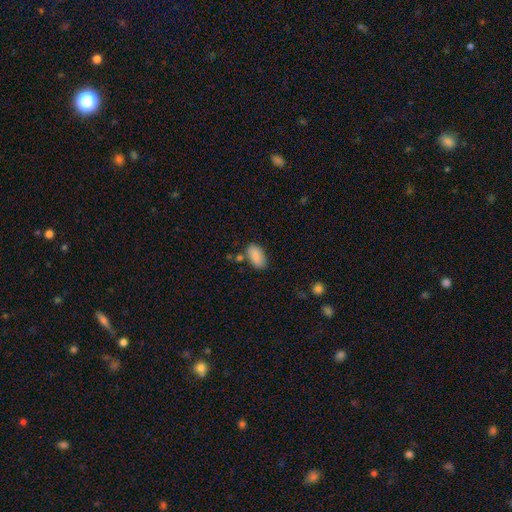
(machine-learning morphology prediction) smooth_or_featured: smooth (p=0.87) [alt: star or artifact p=0.07]
how_rounded: in between (p=0.94) [alt: round p=0.03]
merging: none (p=0.74) [alt: minor disturbance p=0.16]